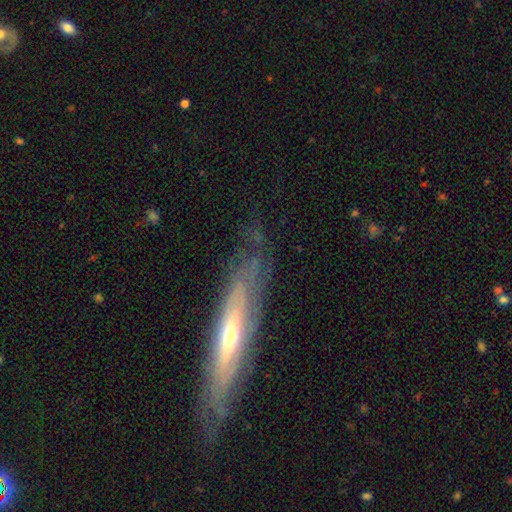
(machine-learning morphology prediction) A featured or disk galaxy (75%) viewed edge-on (60%). Merging: none (73%).